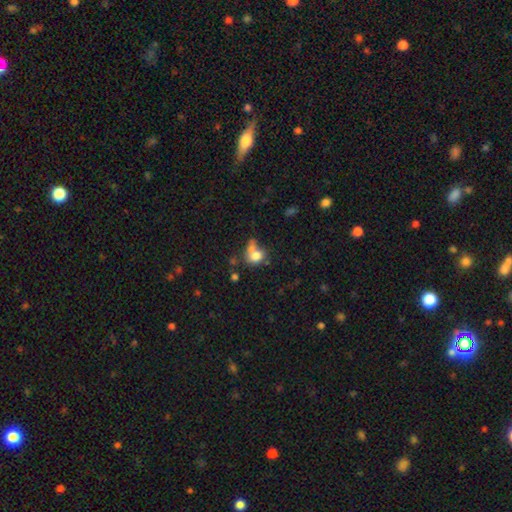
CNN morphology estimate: A smooth galaxy with no disk features (74%) that is in between round and cigar-shaped (52%).

Vote fractions:
- Smooth or featured? smooth: 74% / featured or disk: 15% / star or artifact: 11%
- How rounded? in between: 52% / round: 46% / cigar-shaped: 2%
- Merging? merger: 42% / none: 32% / minor disturbance: 15% / major disturbance: 12%